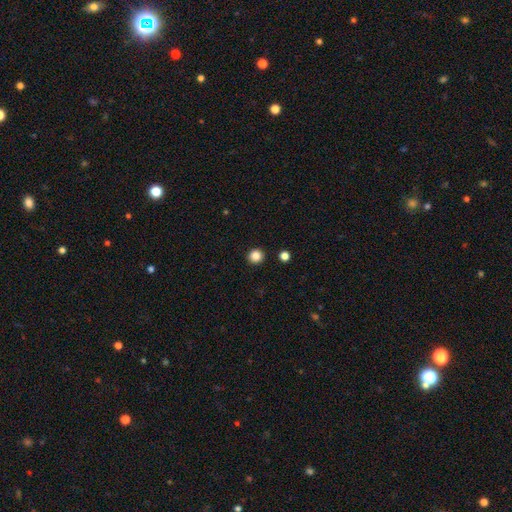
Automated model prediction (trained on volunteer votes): Overall: smooth (85%). How rounded: round (94%). Merging: none (93%).